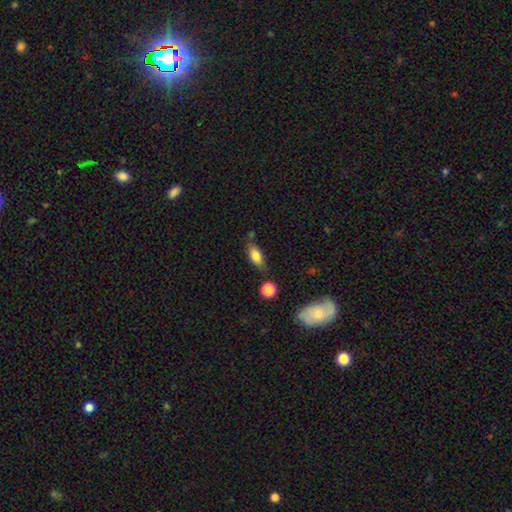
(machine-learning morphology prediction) Smooth or featured? Predicted: smooth (p=0.79). How rounded? Predicted: in between (p=0.81). Merging? Predicted: none (p=0.67).